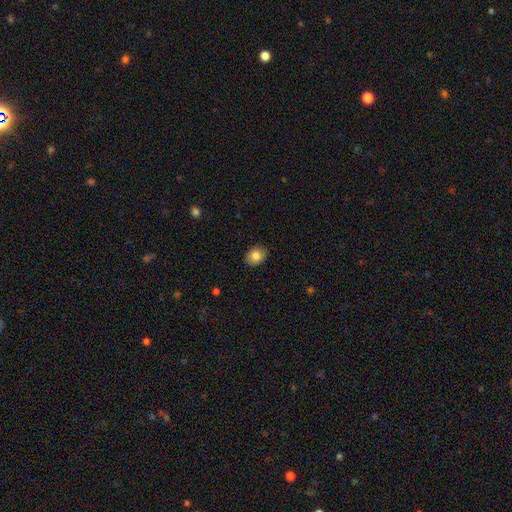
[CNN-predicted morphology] Q: Smooth or featured?
A: smooth (84%); runner-up: star or artifact (8%)
Q: How rounded?
A: in between (57%); runner-up: round (42%)
Q: Merging?
A: none (89%); runner-up: minor disturbance (8%)